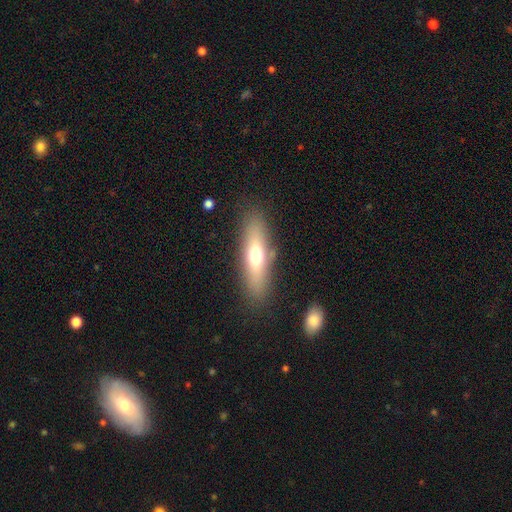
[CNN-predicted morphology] Q: Smooth or featured?
A: smooth (59%); runner-up: featured or disk (33%)
Q: How rounded?
A: cigar-shaped (59%); runner-up: in between (39%)
Q: Merging?
A: none (82%); runner-up: minor disturbance (11%)